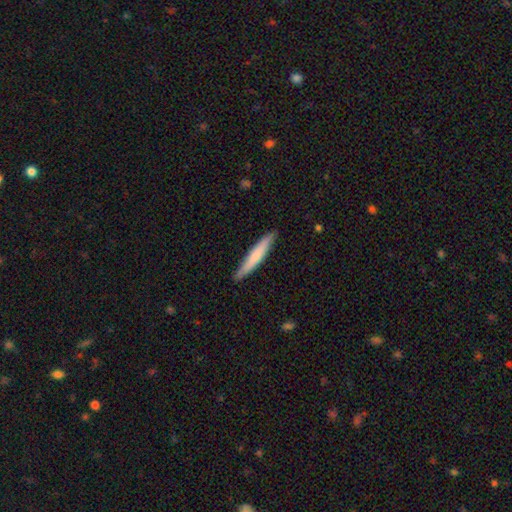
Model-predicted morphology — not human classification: Smooth or featured: smooth — 67% (featured or disk — 28%)
How rounded: cigar-shaped — 94% (in between — 5%)
Merging: none — 88% (minor disturbance — 10%)